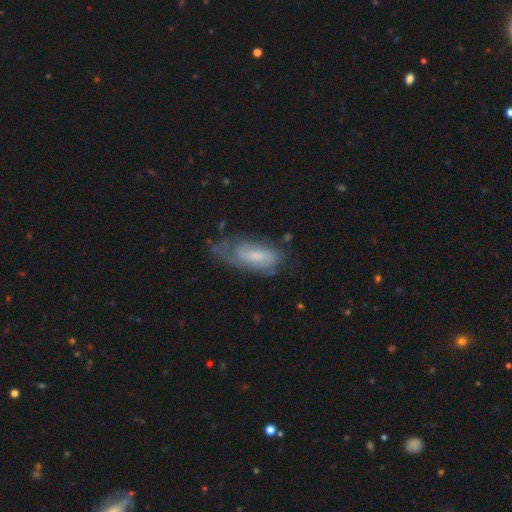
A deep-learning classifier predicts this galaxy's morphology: A featured or disk galaxy (51%).

Vote fractions:
- Smooth or featured? featured or disk: 51% / smooth: 40% / star or artifact: 8%
- Edge-on disk? no: 86% / yes: 14%
- Merging? none: 52% / minor disturbance: 29% / major disturbance: 16% / merger: 2%